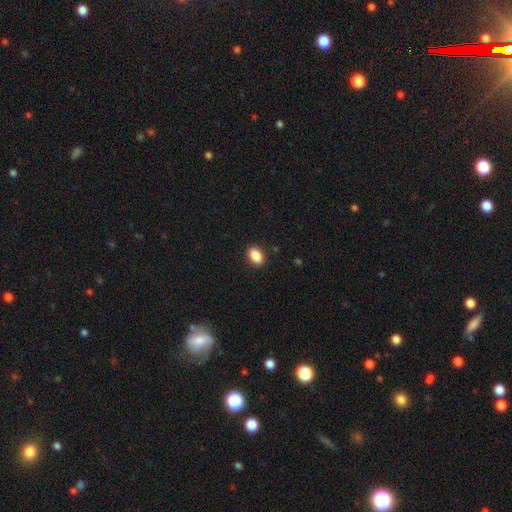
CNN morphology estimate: smooth-or-featured: smooth: 88% | star or artifact: 8% | featured or disk: 4%
  how-rounded: in between: 88% | round: 11% | cigar-shaped: 2%
  merging: none: 90% | minor disturbance: 7% | major disturbance: 2% | merger: 1%